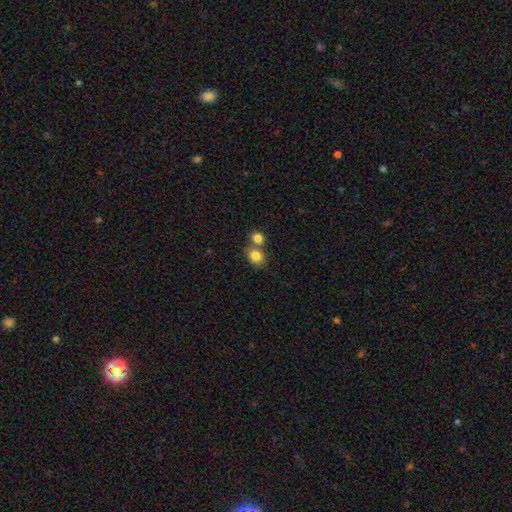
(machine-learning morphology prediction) This appears to be a smooth galaxy with no disk features (83%) that is round (62%). Merging: none (47%).